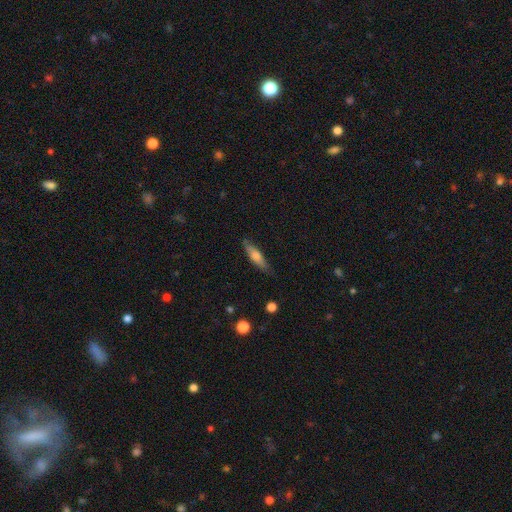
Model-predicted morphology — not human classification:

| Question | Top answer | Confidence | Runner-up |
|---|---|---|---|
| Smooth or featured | smooth | 57% | featured or disk (37%) |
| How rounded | cigar-shaped | 69% | in between (29%) |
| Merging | none | 82% | minor disturbance (14%) |